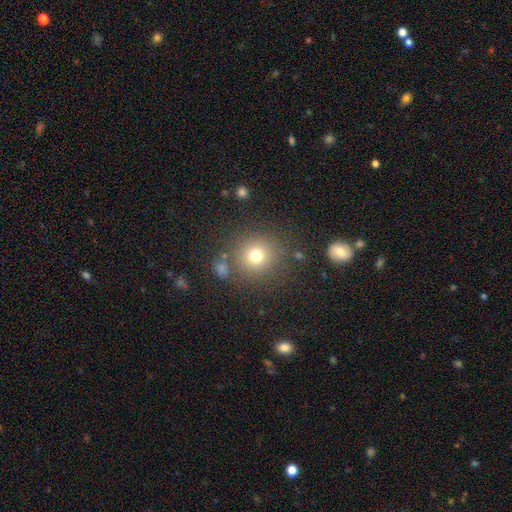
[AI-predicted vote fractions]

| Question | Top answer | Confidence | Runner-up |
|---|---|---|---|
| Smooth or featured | smooth | 74% | star or artifact (16%) |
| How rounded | round | 92% | in between (7%) |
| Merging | none | 82% | minor disturbance (9%) |